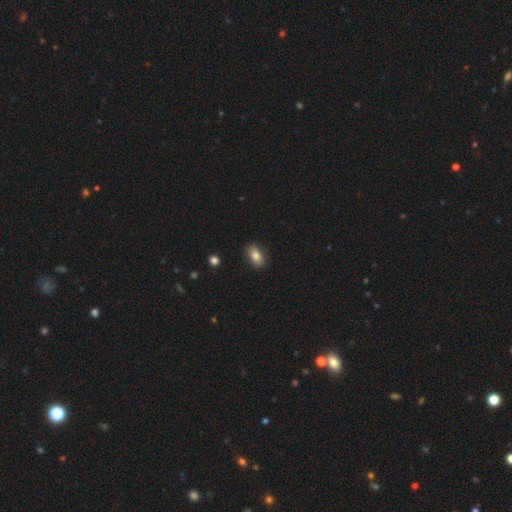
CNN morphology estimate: Smooth or featured? Predicted: smooth (p=0.80). How rounded? Predicted: in between (p=0.86). Merging? Predicted: none (p=0.86).